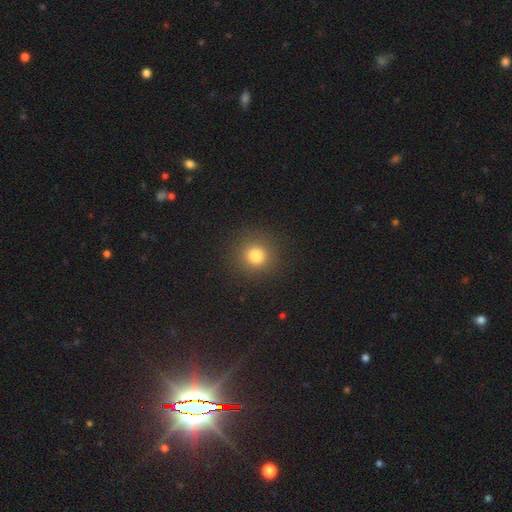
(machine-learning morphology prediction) Smooth or featured? smooth (79%)
How rounded? round (92%)
Merging? none (90%)